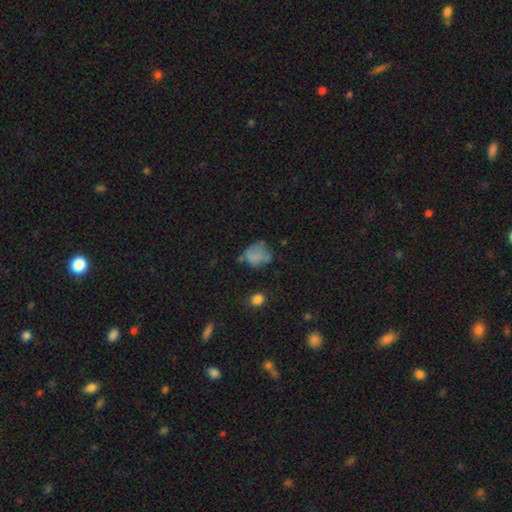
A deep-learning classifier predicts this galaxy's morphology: Smooth or featured?
  - smooth: 69% *
  - featured or disk: 18%
  - star or artifact: 13%
How rounded?
  - round: 57% *
  - in between: 42%
  - cigar-shaped: 1%
Merging?
  - none: 43% *
  - minor disturbance: 31%
  - major disturbance: 20%
  - merger: 6%